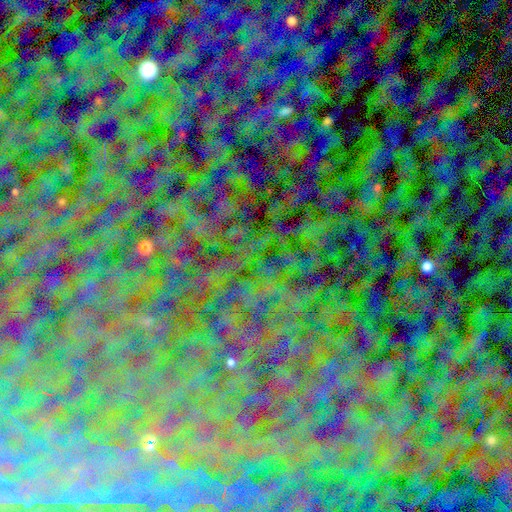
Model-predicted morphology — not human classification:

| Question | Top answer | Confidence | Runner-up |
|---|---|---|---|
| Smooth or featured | star or artifact | 80% | smooth (11%) |